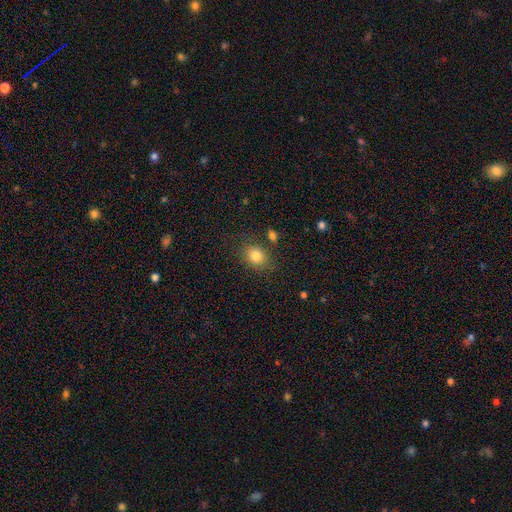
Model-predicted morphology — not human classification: Smooth or featured?
  - smooth: 82% *
  - star or artifact: 11%
  - featured or disk: 8%
How rounded?
  - round: 51% *
  - in between: 48%
  - cigar-shaped: 1%
Merging?
  - none: 77% *
  - minor disturbance: 14%
  - merger: 5%
  - major disturbance: 4%